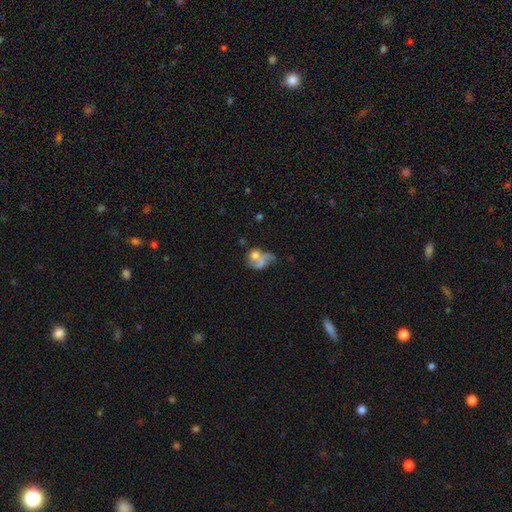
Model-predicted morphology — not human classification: The model was most divided on "smooth or featured": smooth: 50%, featured or disk: 38%, star or artifact: 12%. Remaining: merging — merger (41%).